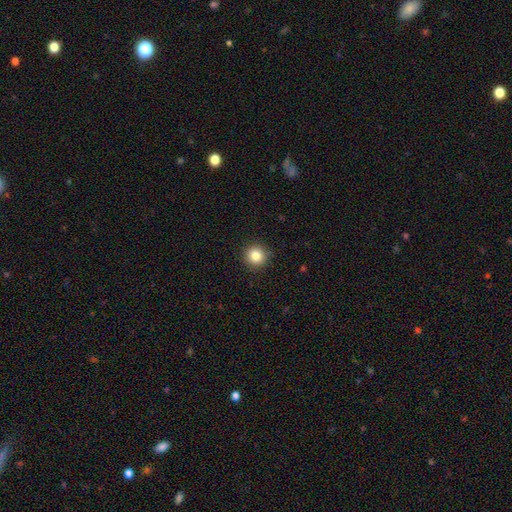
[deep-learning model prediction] Smooth or featured?
  - smooth: 84% *
  - star or artifact: 11%
  - featured or disk: 6%
How rounded?
  - round: 95% *
  - in between: 4%
  - cigar-shaped: 1%
Merging?
  - none: 92% *
  - minor disturbance: 5%
  - major disturbance: 2%
  - merger: 1%